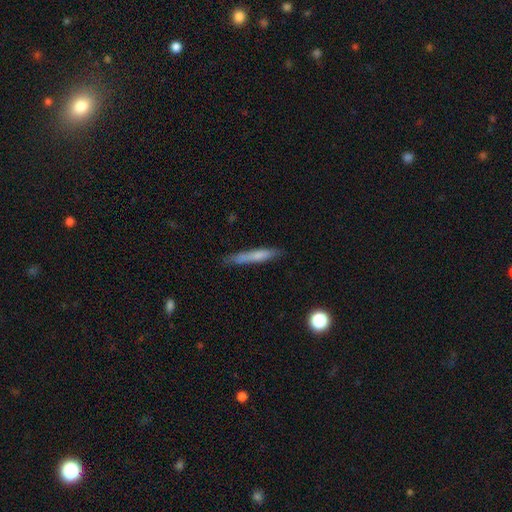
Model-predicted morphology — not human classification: type=smooth (67%); roundness=cigar-shaped (93%); merging=none (78%).